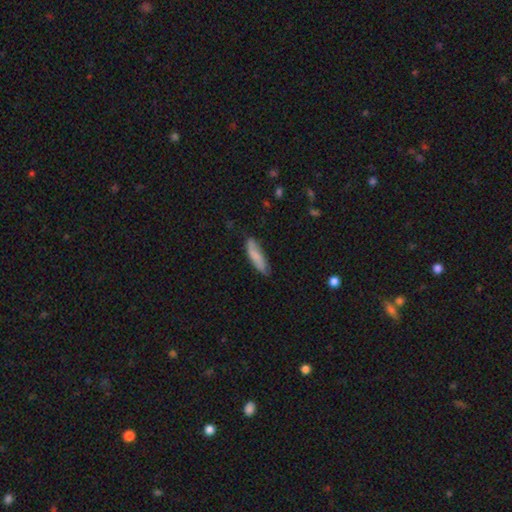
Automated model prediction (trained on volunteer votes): Smooth or featured? Predicted: smooth (p=0.77). How rounded? Predicted: cigar-shaped (p=0.63). Merging? Predicted: none (p=0.74).